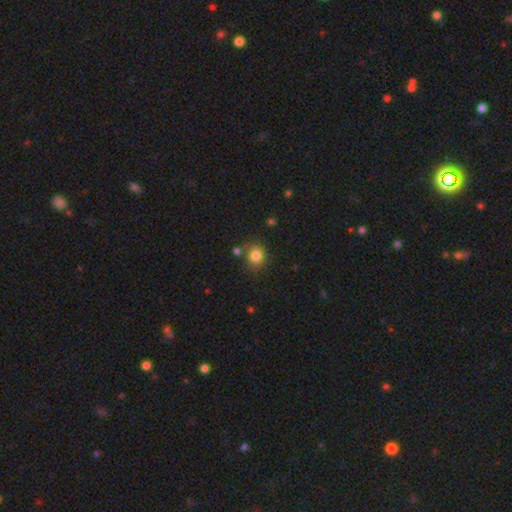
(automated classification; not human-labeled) smooth 83%, star or artifact 12%, featured or disk 6%. Down the decision tree: how rounded — round (74%); merging — none (77%).